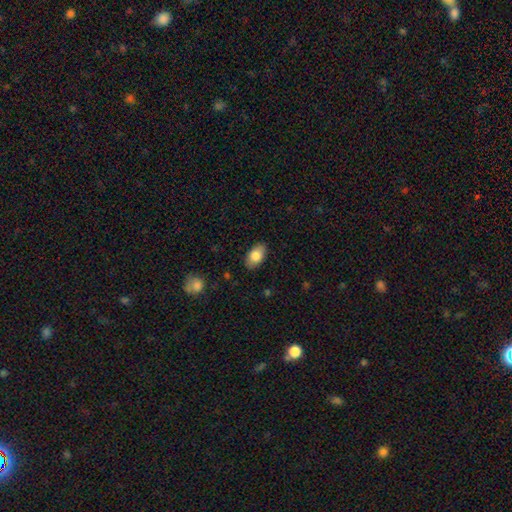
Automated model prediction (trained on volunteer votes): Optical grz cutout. It shows a smooth galaxy with no disk features (82%) that is in between round and cigar-shaped (92%). Merging: none (86%).